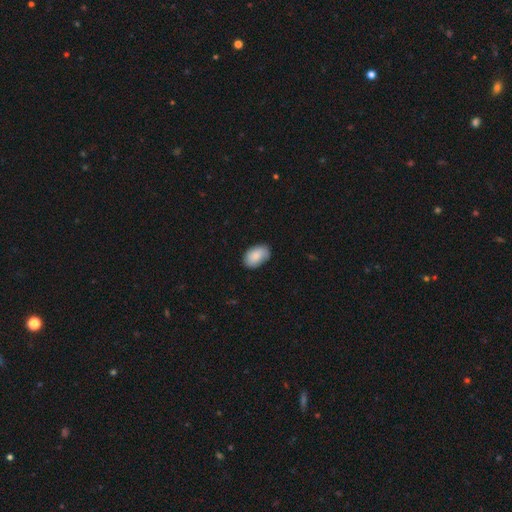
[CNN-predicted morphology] Smooth or featured? smooth (83%)
How rounded? in between (91%)
Merging? none (77%)